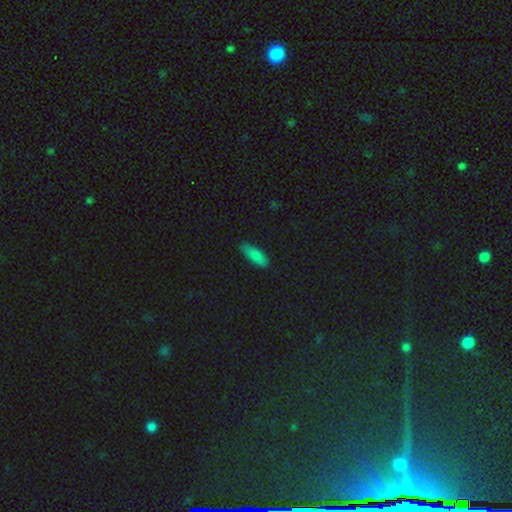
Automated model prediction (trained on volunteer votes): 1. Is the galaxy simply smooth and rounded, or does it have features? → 85% smooth, 9% star or artifact, 6% featured or disk.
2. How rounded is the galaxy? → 65% in between, 33% cigar-shaped, 2% round.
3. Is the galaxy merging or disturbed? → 72% none, 23% minor disturbance, 4% major disturbance, 2% merger.